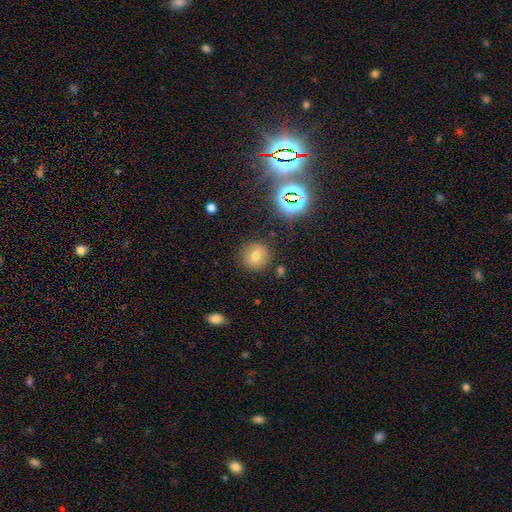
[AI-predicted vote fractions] Morphology: type=smooth (69%); roundness=round (92%); merging=none (86%).